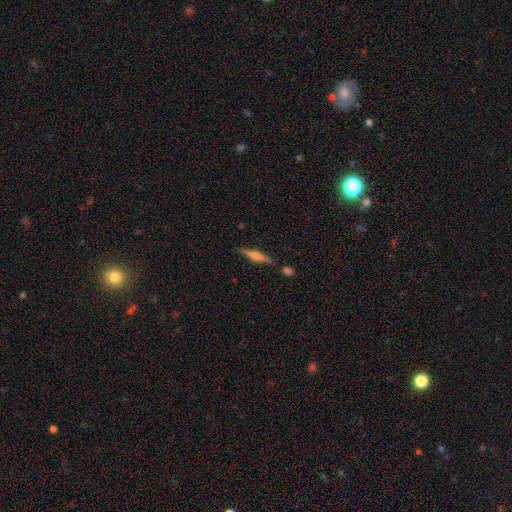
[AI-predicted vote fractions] This is possibly a featured or disk galaxy (49%). Merging: likely none (80%).